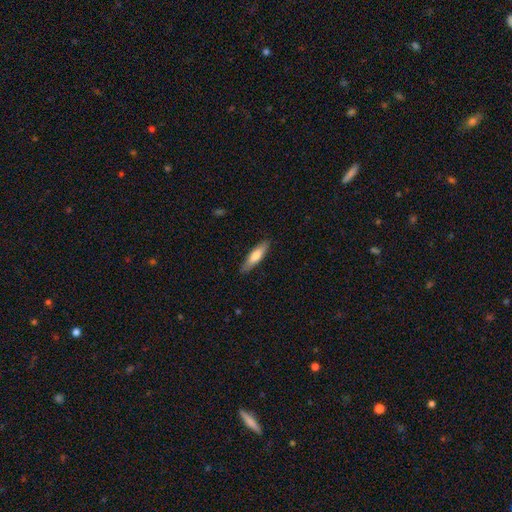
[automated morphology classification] Smooth or featured?
  - smooth: 69% *
  - featured or disk: 26%
  - star or artifact: 5%
How rounded?
  - cigar-shaped: 71% *
  - in between: 27%
  - round: 2%
Merging?
  - none: 87% *
  - minor disturbance: 10%
  - major disturbance: 2%
  - merger: 1%